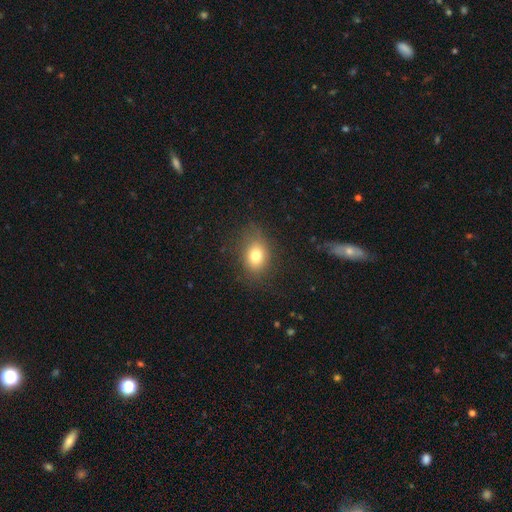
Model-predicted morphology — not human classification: This appears to be a smooth galaxy with no disk features (76%) that is in between round and cigar-shaped (61%). Merging: none (75%).